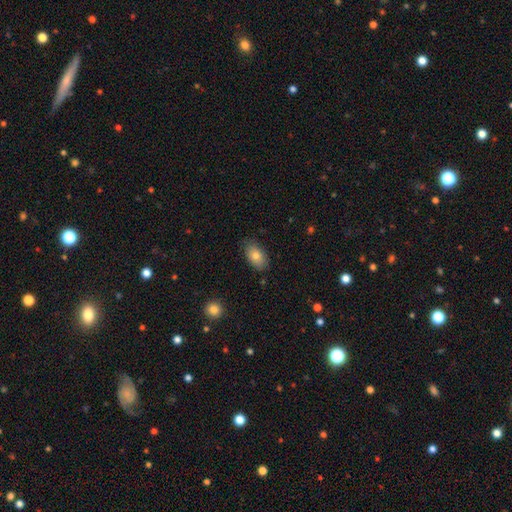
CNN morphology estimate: Smooth or featured? Predicted: smooth (p=0.78). How rounded? Predicted: in between (p=0.91). Merging? Predicted: none (p=0.80).